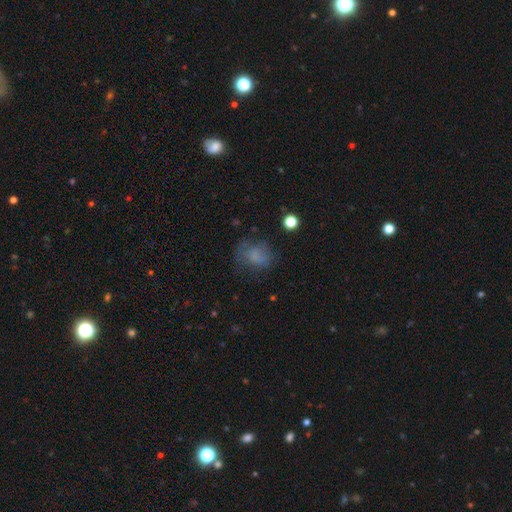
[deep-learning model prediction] smooth-or-featured: smooth: 67% | featured or disk: 17% | star or artifact: 16%
  how-rounded: round: 54% | in between: 45% | cigar-shaped: 1%
  merging: none: 53% | minor disturbance: 24% | major disturbance: 20% | merger: 3%